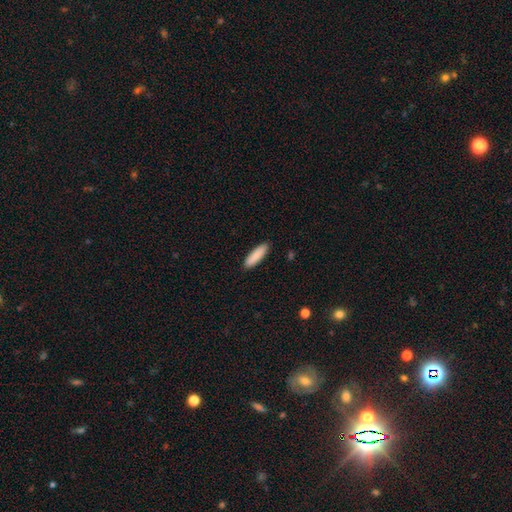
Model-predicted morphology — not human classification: A smooth galaxy with no disk features (89%) that is cigar-shaped (63%).

Vote fractions:
- Smooth or featured? smooth: 89% / featured or disk: 6% / star or artifact: 6%
- How rounded? cigar-shaped: 63% / in between: 35% / round: 1%
- Merging? none: 90% / minor disturbance: 8% / major disturbance: 2% / merger: 1%